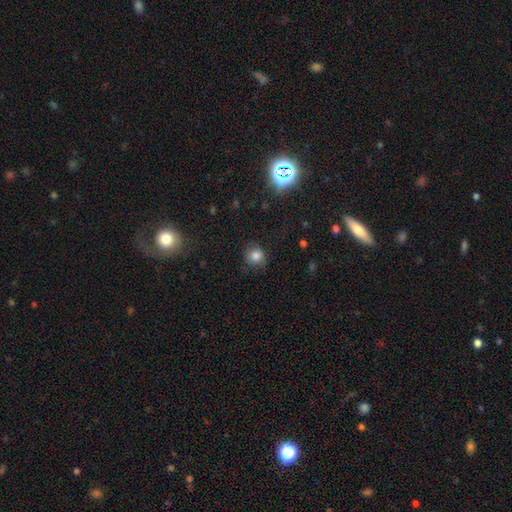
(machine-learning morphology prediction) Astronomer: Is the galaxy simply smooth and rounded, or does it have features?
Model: smooth — 81%.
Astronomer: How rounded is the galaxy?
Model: round — 87%.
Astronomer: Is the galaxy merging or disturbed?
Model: none — 80%.